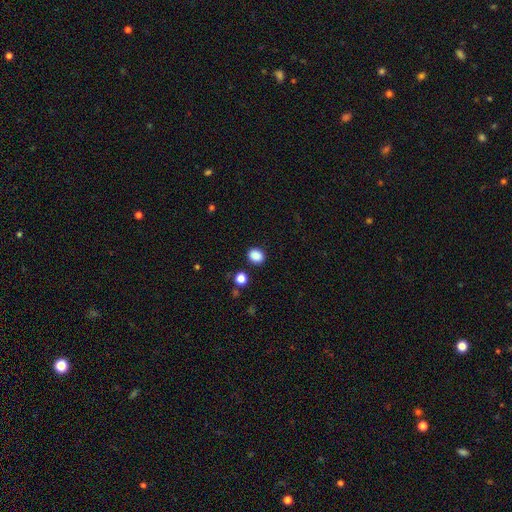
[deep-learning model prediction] This is clearly a smooth galaxy (87%). How rounded: likely round (60%). Merging: clearly none (88%).